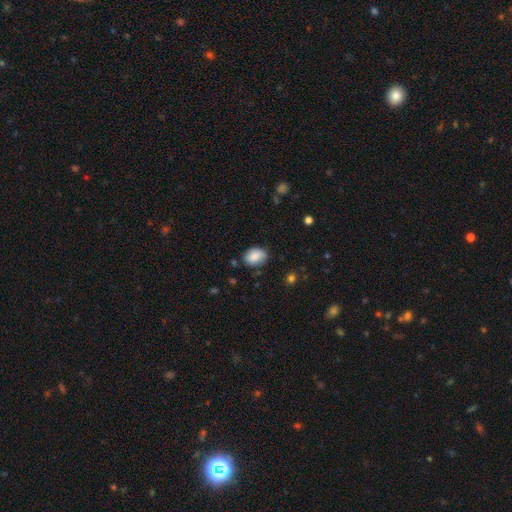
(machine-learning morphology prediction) smooth_or_featured: smooth (p=0.85) [alt: star or artifact p=0.08]
how_rounded: in between (p=0.70) [alt: round p=0.29]
merging: none (p=0.76) [alt: minor disturbance p=0.18]